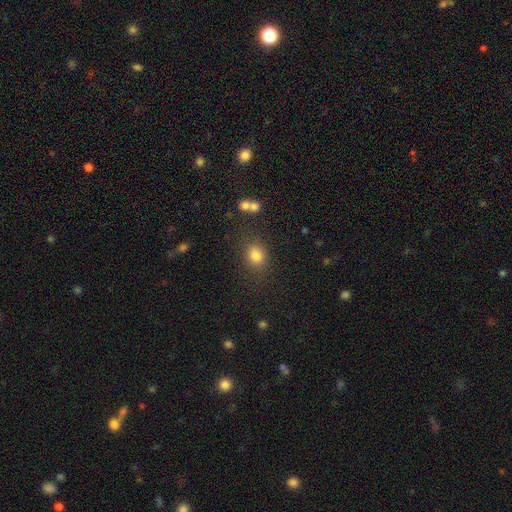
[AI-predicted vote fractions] A smooth galaxy with no disk features (81%) that is round (59%).

Vote fractions:
- Smooth or featured? smooth: 81% / star or artifact: 12% / featured or disk: 7%
- How rounded? round: 59% / in between: 40% / cigar-shaped: 1%
- Merging? none: 77% / minor disturbance: 13% / merger: 5% / major disturbance: 5%